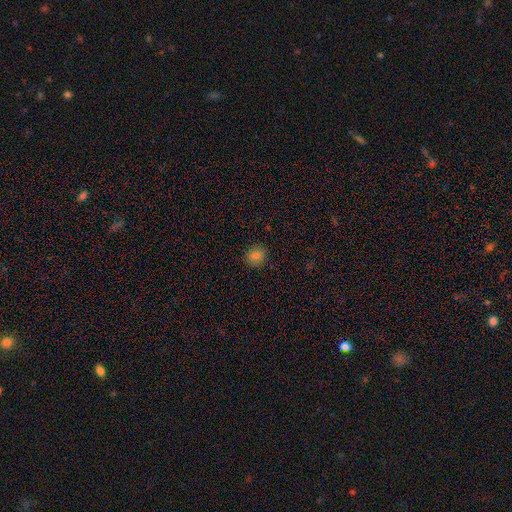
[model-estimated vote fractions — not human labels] Morphology: type=smooth (80%); roundness=round (68%); merging=none (89%).